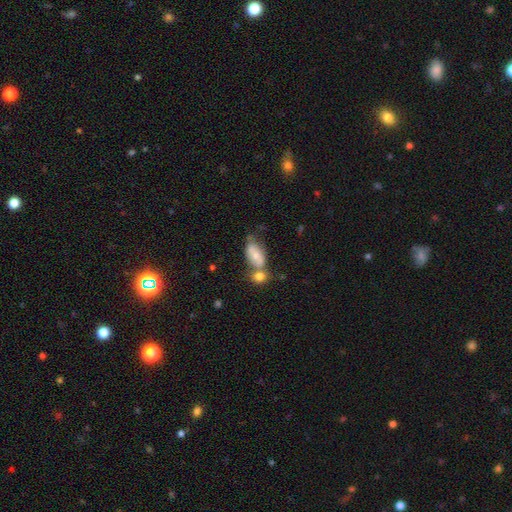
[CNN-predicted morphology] Q: Smooth or featured?
A: smooth (63%); runner-up: featured or disk (29%)
Q: How rounded?
A: in between (86%); runner-up: round (9%)
Q: Merging?
A: merger (54%); runner-up: none (26%)